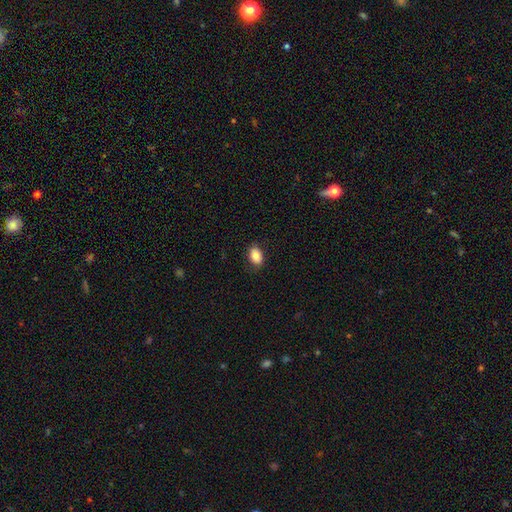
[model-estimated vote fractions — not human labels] Smooth or featured?
  - smooth: 85% *
  - star or artifact: 8%
  - featured or disk: 7%
How rounded?
  - in between: 85% *
  - round: 13%
  - cigar-shaped: 1%
Merging?
  - none: 84% *
  - minor disturbance: 13%
  - major disturbance: 3%
  - merger: 1%